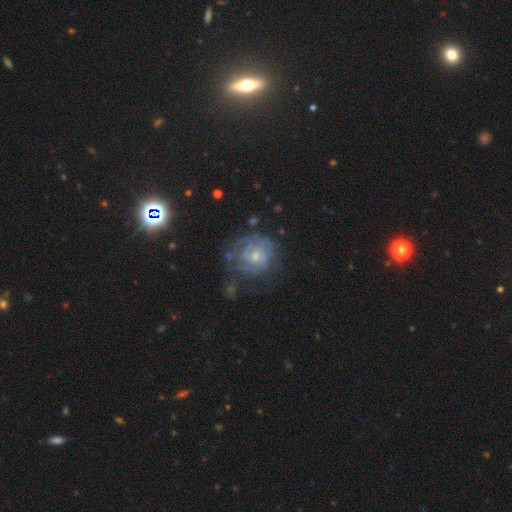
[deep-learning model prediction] Overall: featured or disk (66%). Edge-on disk: no (97%). Bar: no (78%). Spiral arms: yes (69%; no 31%). Bulge size: small (55%; moderate 38%). Merging: none (51%; minor disturbance 24%).